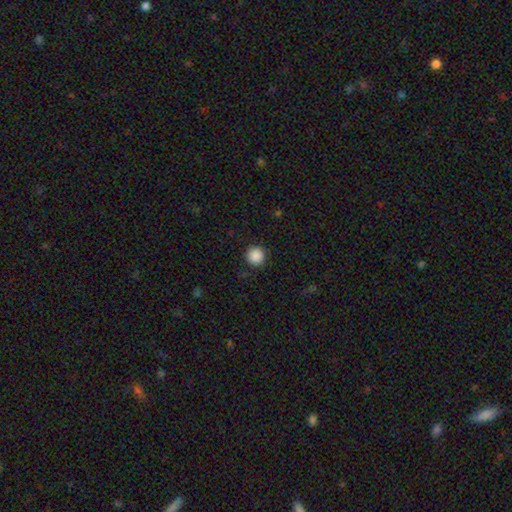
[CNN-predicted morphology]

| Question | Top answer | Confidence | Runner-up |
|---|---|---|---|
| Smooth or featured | smooth | 89% | star or artifact (9%) |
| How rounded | round | 95% | in between (4%) |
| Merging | none | 91% | minor disturbance (6%) |